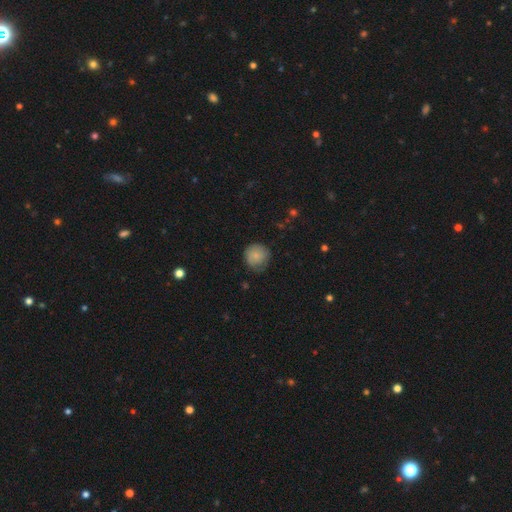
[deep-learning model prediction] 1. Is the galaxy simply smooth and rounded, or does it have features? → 77% smooth, 15% featured or disk, 8% star or artifact.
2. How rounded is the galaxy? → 91% round, 8% in between, 1% cigar-shaped.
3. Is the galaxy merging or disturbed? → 69% none, 24% minor disturbance, 7% major disturbance, 1% merger.